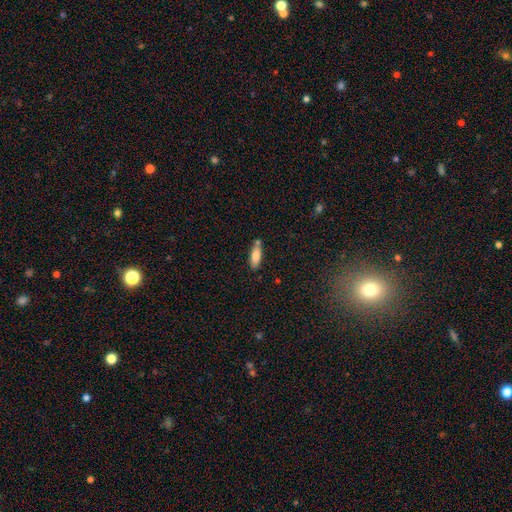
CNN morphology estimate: This is clearly a smooth galaxy (81%). How rounded: likely in between (61%). Merging: likely none (65%).